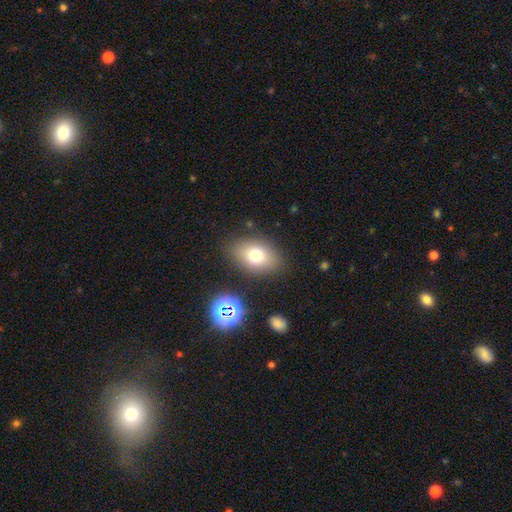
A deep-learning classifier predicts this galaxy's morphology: A smooth galaxy with no disk features (74%) that is in between round and cigar-shaped (82%). Merging: none (83%).